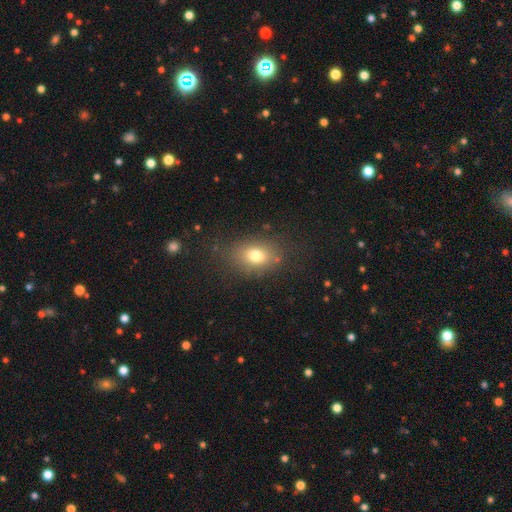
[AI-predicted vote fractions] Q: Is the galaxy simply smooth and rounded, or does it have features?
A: smooth — 75%.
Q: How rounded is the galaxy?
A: in between — 70%.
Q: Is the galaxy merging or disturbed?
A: none — 78%.